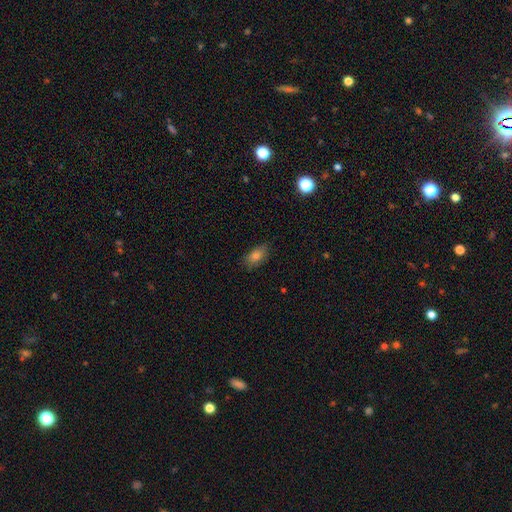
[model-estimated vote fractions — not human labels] This appears to be a smooth galaxy with no disk features (78%) that is in between round and cigar-shaped (86%). Merging: none (82%).